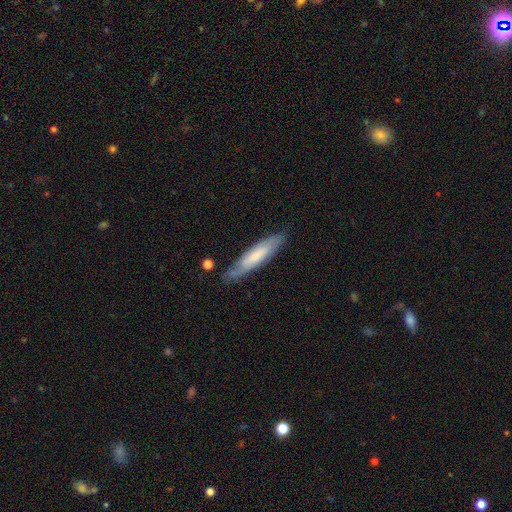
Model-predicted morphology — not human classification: This appears to be a smooth galaxy with no disk features (53%) that is cigar-shaped (80%). Merging: none (75%).